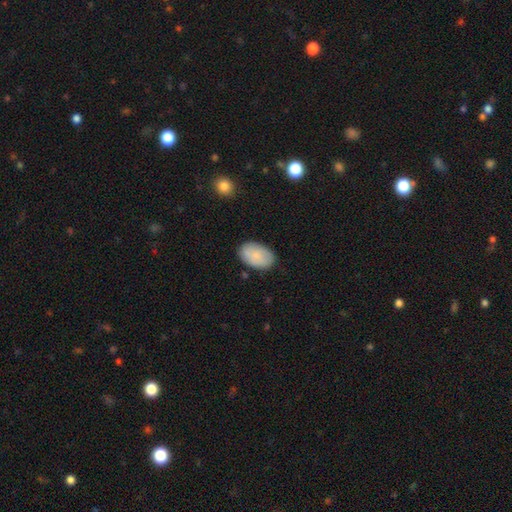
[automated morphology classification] Smooth or featured: smooth — 83% (featured or disk — 10%)
How rounded: in between — 91% (round — 8%)
Merging: none — 83% (minor disturbance — 13%)